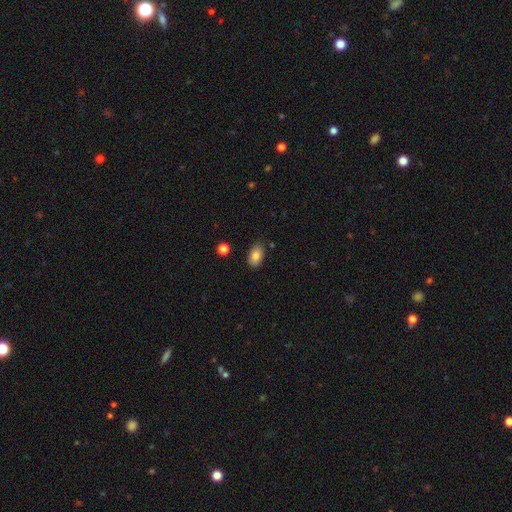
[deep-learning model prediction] Smooth or featured? Predicted: smooth (p=0.84). How rounded? Predicted: in between (p=0.90). Merging? Predicted: none (p=0.83).